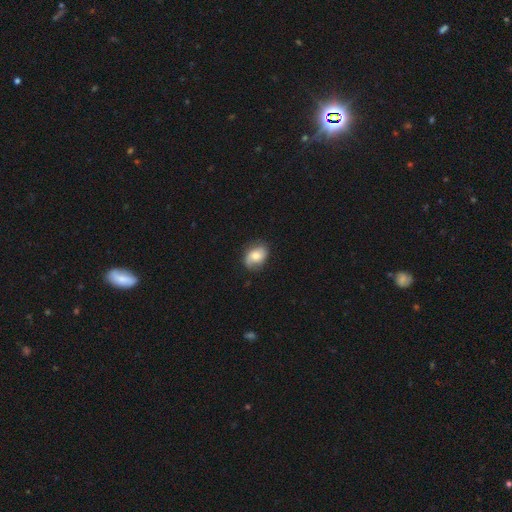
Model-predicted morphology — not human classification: The model was most divided on "smooth or featured": smooth: 53%, featured or disk: 39%, star or artifact: 8%. More confident: merging — none (70%); how rounded — in between (70%).